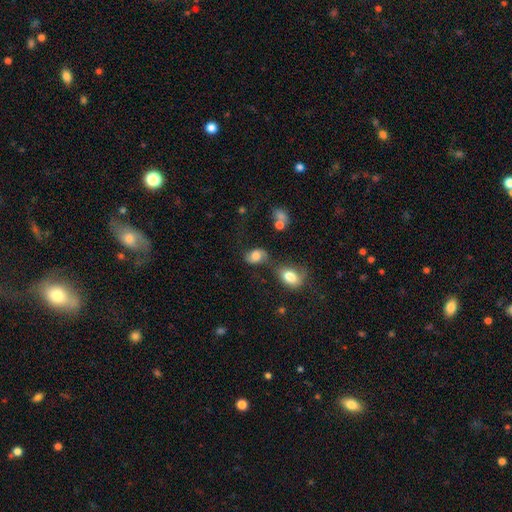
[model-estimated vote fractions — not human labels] smooth_or_featured: smooth (p=0.57) [alt: featured or disk p=0.33]
how_rounded: in between (p=0.73) [alt: round p=0.25]
merging: none (p=0.50) [alt: minor disturbance p=0.22]